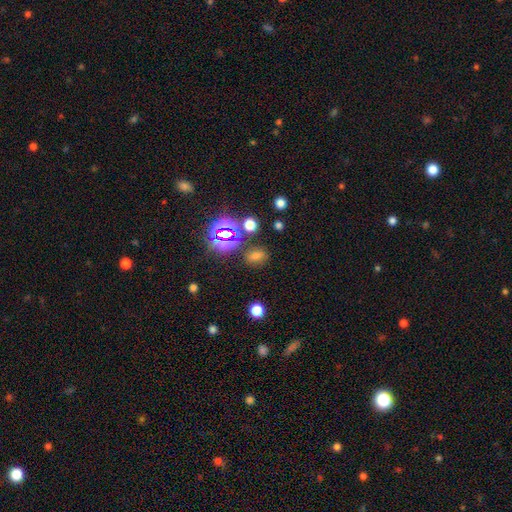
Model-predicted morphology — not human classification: smooth 50%, star or artifact 41%, featured or disk 9%. Down the decision tree: merging — none (79%).